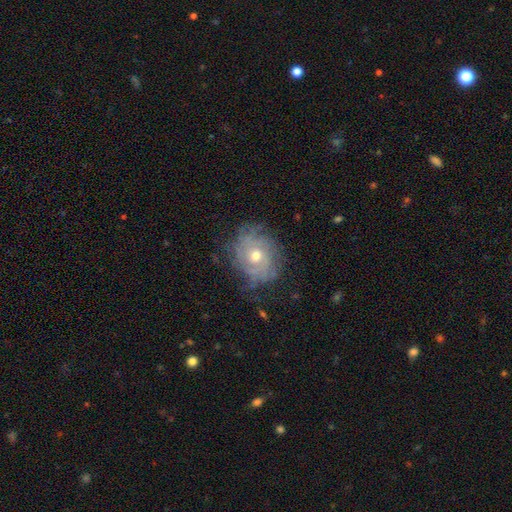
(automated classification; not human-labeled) This is likely a featured or disk galaxy (73%). It is clearly not viewed edge-on (96%). Bar: clearly no (82%). Spiral arm pattern: clearly yes (82%). Spiral arm count: possibly can't tell (52%). Spiral winding: likely tight (67%). Central bulge: likely moderate (65%). Merging: likely none (70%).